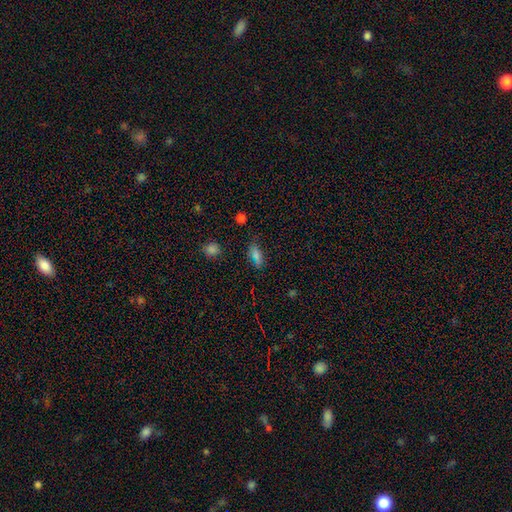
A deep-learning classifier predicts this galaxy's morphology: Smooth or featured? Predicted: smooth (p=0.68). How rounded? Predicted: in between (p=0.82). Merging? Predicted: none (p=0.74).